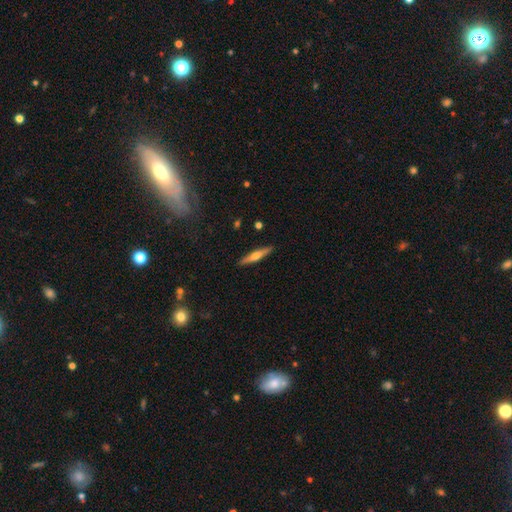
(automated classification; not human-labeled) featured or disk 54%, smooth 40%, star or artifact 6%. Down the decision tree: edge-on disk — yes (96%); edge-on bulge — rounded (86%); merging — none (90%).